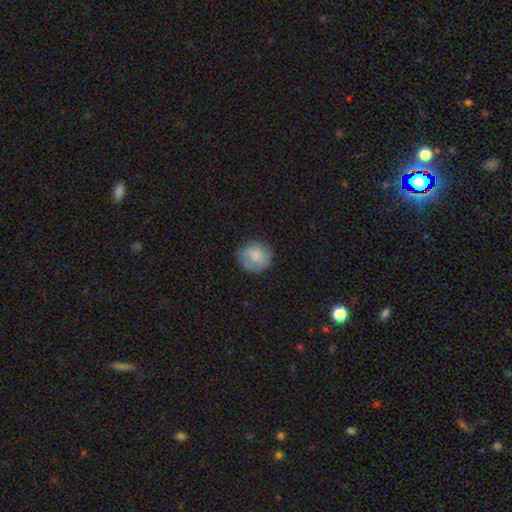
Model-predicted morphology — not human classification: This is likely a smooth galaxy (77%). How rounded: clearly round (88%). Merging: likely none (77%).